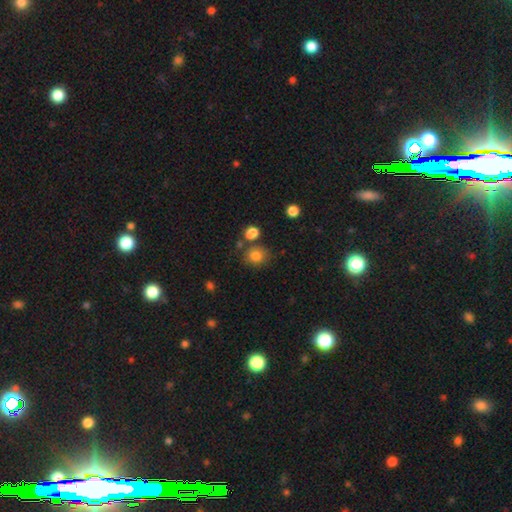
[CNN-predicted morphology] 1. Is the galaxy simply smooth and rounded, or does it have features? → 82% smooth, 12% star or artifact, 7% featured or disk.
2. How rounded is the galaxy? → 72% round, 27% in between, 1% cigar-shaped.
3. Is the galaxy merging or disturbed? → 69% none, 13% minor disturbance, 13% merger, 5% major disturbance.